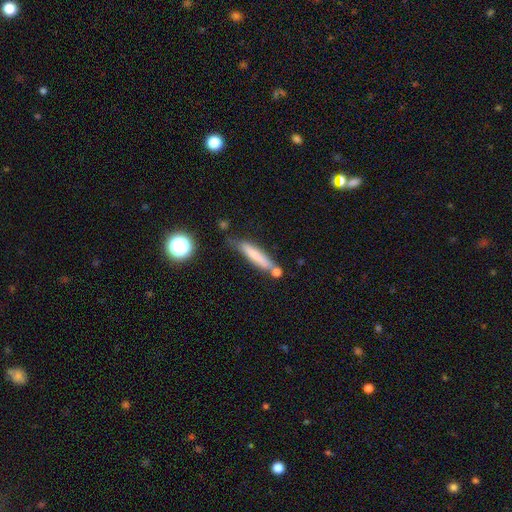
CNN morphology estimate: This is likely a smooth galaxy (70%). How rounded: clearly cigar-shaped (88%). Merging: possibly none (56%).